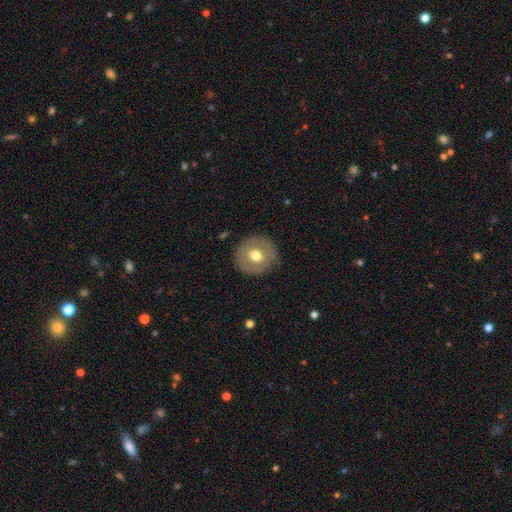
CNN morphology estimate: Q: Smooth or featured?
A: smooth (59%); runner-up: featured or disk (35%)
Q: How rounded?
A: round (92%); runner-up: in between (7%)
Q: Merging?
A: none (88%); runner-up: minor disturbance (8%)